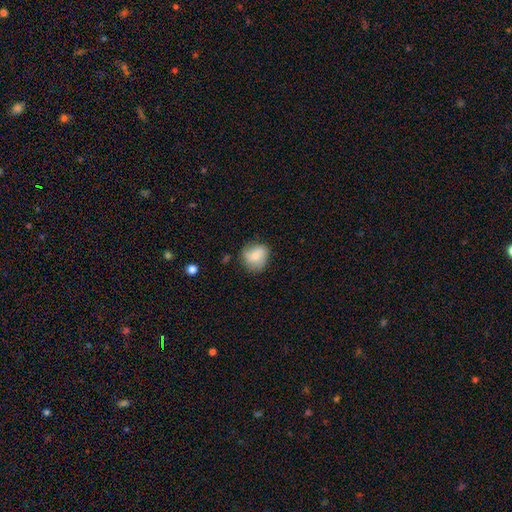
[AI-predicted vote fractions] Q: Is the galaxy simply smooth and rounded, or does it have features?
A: smooth — 69%.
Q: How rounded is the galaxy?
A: round — 74%.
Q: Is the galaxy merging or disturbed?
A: none — 68%.